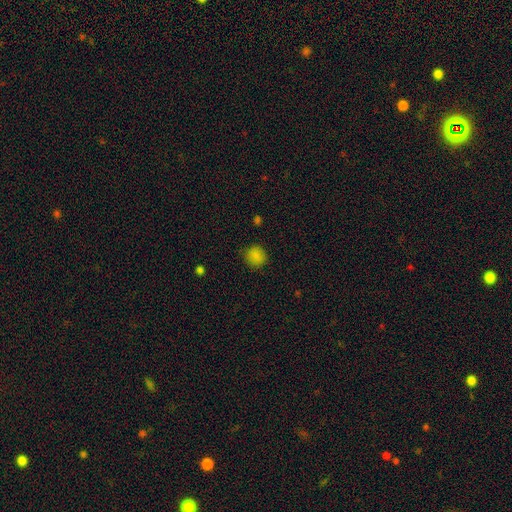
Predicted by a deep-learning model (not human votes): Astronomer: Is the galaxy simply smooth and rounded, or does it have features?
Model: smooth — 85%.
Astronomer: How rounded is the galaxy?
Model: round — 87%.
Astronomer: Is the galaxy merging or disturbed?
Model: none — 88%.